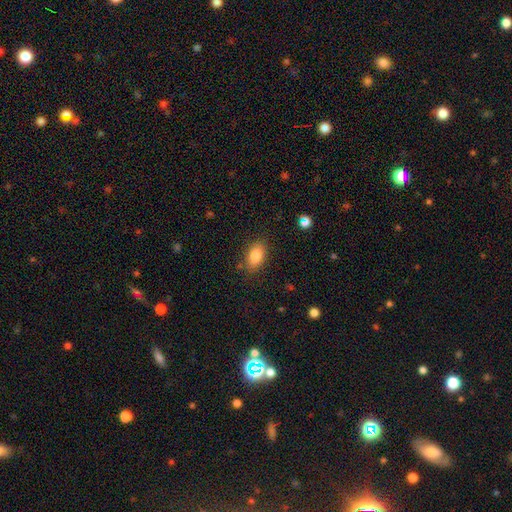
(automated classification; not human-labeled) smooth 84%, star or artifact 8%, featured or disk 7%. Down the decision tree: how rounded — in between (89%); merging — none (83%).